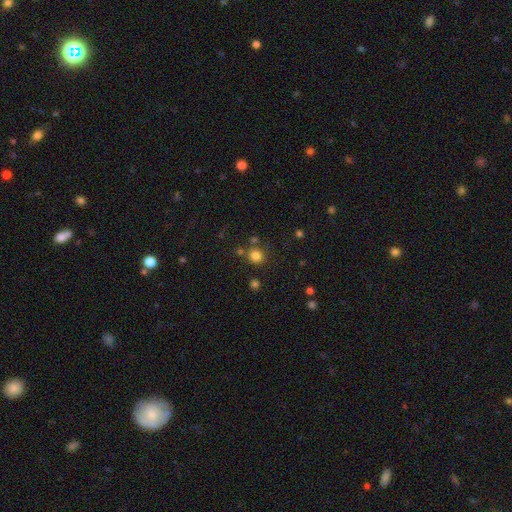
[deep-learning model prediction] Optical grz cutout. It shows a smooth galaxy with no disk features (81%) that is round (87%). Merging: none (76%).